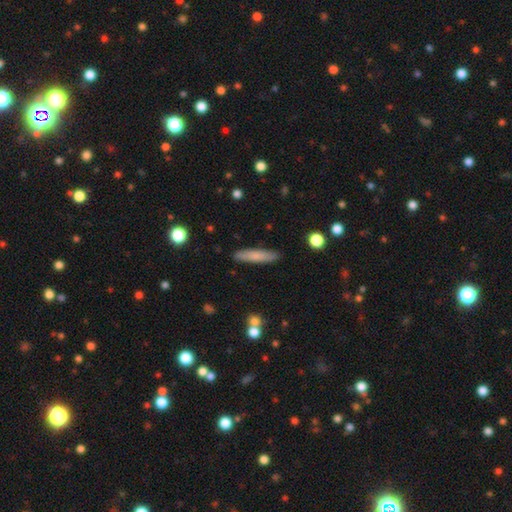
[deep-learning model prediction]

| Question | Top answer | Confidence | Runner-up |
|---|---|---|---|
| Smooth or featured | smooth | 75% | featured or disk (19%) |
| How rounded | cigar-shaped | 86% | in between (13%) |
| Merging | none | 88% | minor disturbance (8%) |